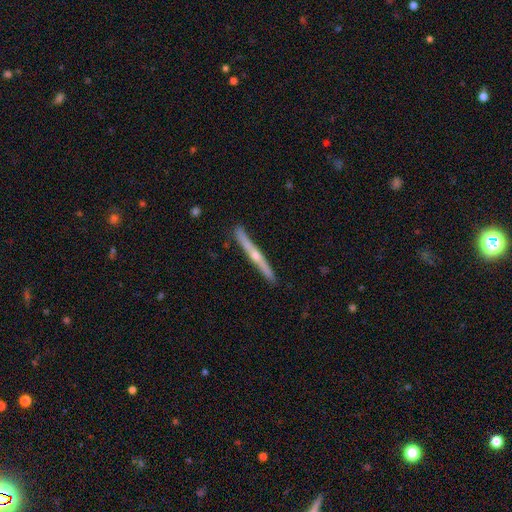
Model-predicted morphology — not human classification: Smooth or featured?
  - featured or disk: 72% *
  - smooth: 22%
  - star or artifact: 6%
Edge-on disk?
  - yes: 97% *
  - no: 3%
Edge-on bulge?
  - rounded: 78% *
  - none: 18%
  - boxy: 4%
Merging?
  - none: 88% *
  - minor disturbance: 9%
  - major disturbance: 2%
  - merger: 2%